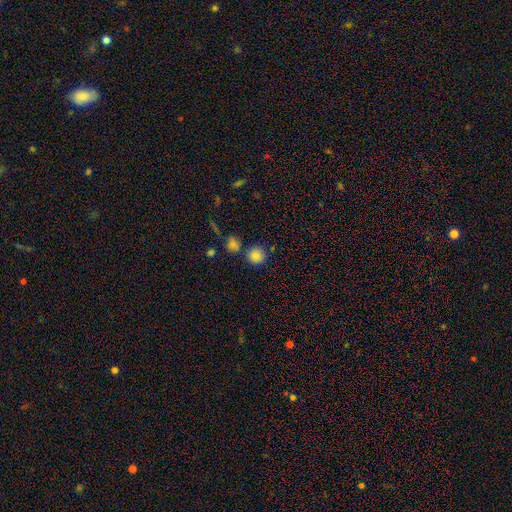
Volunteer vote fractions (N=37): Morphology: type=smooth (86%); roundness=round (97%); merging=none (69%).